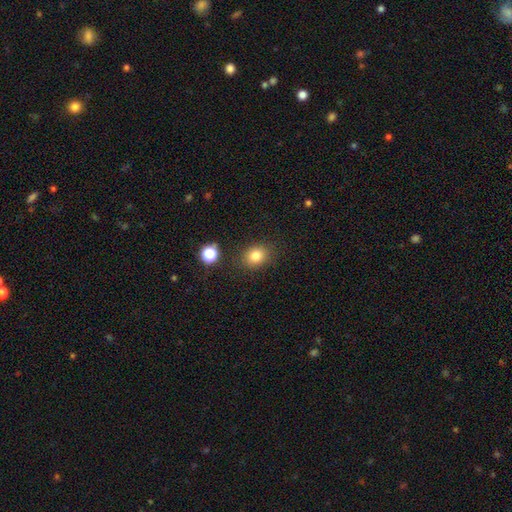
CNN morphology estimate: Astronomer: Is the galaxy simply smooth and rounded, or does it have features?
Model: smooth — 81%.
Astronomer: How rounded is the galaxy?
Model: round — 57% (runner-up: in between, 42%).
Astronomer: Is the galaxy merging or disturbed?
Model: none — 84%.